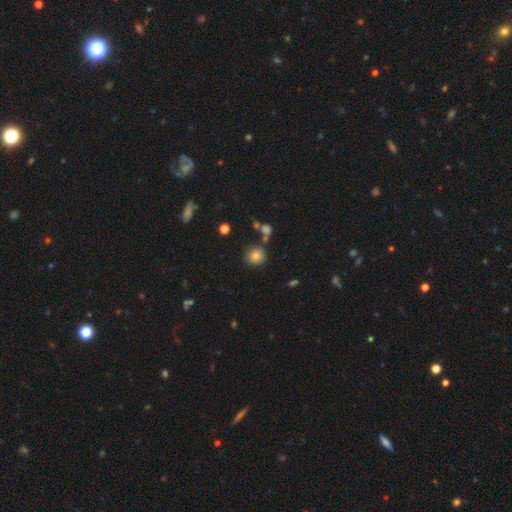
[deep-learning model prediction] The model was most divided on "merging": none: 78%, minor disturbance: 11%, merger: 8%, major disturbance: 3%. More confident: how rounded — round (89%); smooth or featured — smooth (80%).